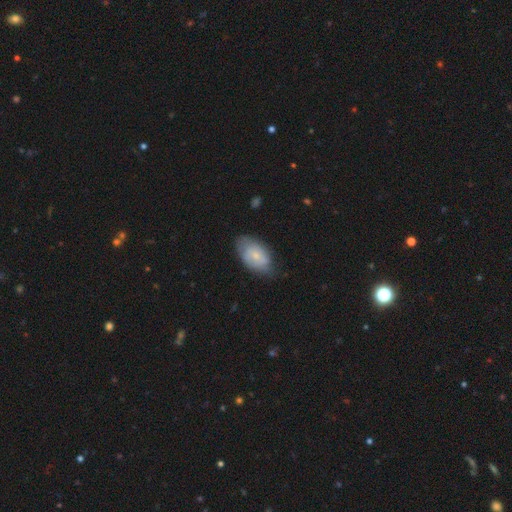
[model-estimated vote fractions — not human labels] Morphology: type=smooth (59%); roundness=in between (92%); merging=none (63%).